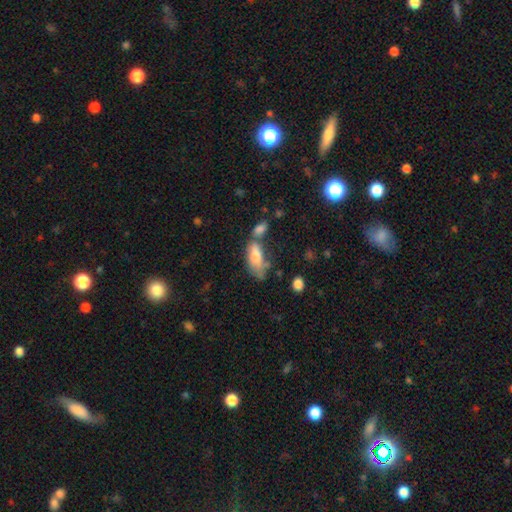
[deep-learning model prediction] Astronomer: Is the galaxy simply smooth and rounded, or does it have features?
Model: smooth — 72%.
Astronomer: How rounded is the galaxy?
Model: in between — 84%.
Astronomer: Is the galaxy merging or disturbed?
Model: merger — 34% (runner-up: none, 29%).